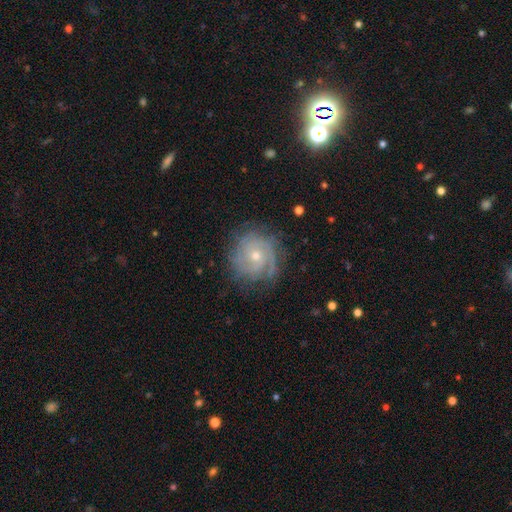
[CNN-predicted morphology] Smooth or featured: featured or disk — 82% (smooth — 11%)
Edge-on disk: no — 98% (yes — 2%)
Bar: no — 76% (weak — 21%)
Spiral arms: yes — 95% (no — 5%)
Spiral winding: tight — 73% (medium — 22%)
Spiral arm count: can't tell — 31% (2 — 26%)
Bulge size: small — 55% (moderate — 42%)
Merging: none — 77% (minor disturbance — 16%)